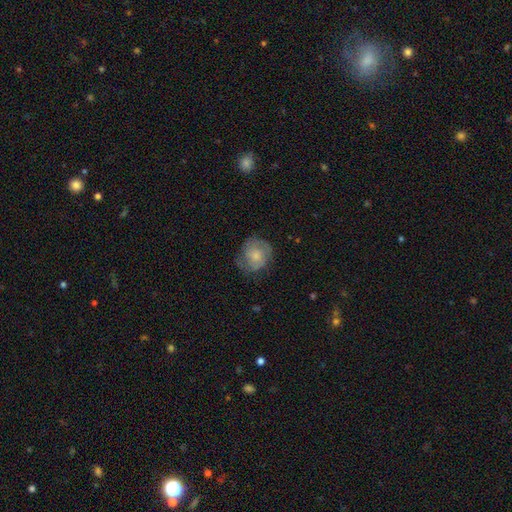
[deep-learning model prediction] Overall: smooth (60%; featured or disk 33%). How rounded: round (76%). Merging: none (62%; minor disturbance 25%).